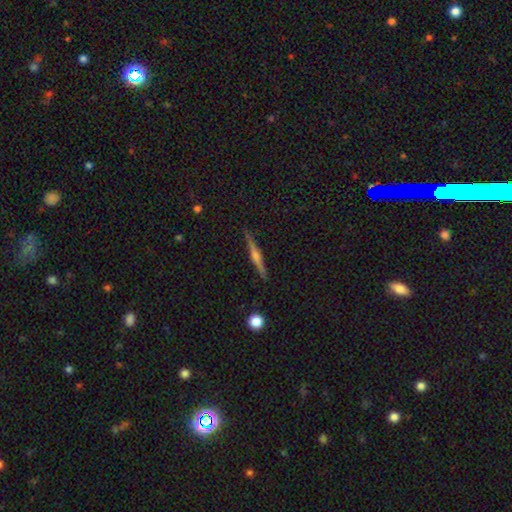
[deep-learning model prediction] Smooth or featured: featured or disk — 69% (smooth — 23%)
Edge-on disk: yes — 98% (no — 2%)
Edge-on bulge: rounded — 76% (boxy — 14%)
Merging: none — 89% (minor disturbance — 8%)